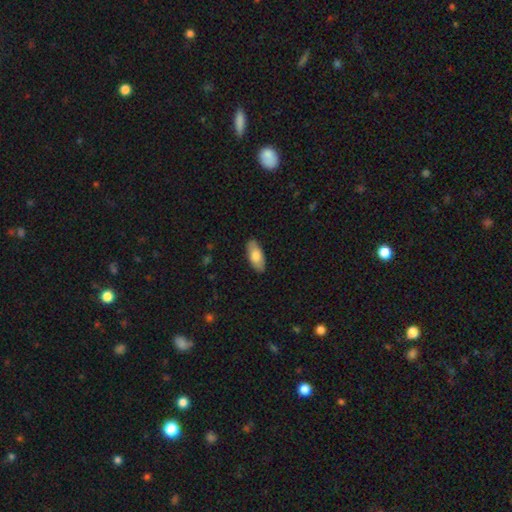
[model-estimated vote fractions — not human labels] A smooth galaxy with no disk features (79%) that is in between round and cigar-shaped (85%). Merging: none (87%).